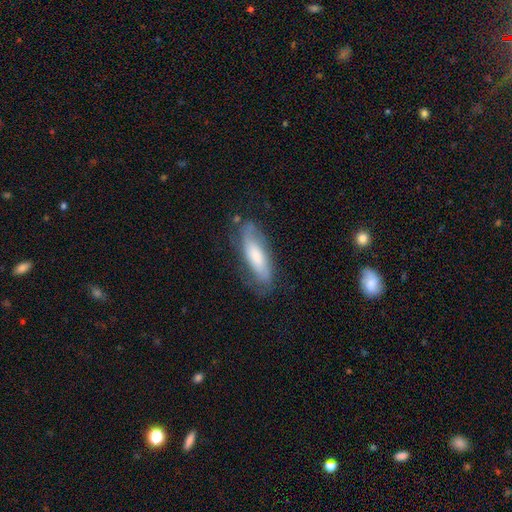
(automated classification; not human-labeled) Overall: featured or disk (50%; smooth 43%). Edge-on disk: no (71%). Merging: none (67%).